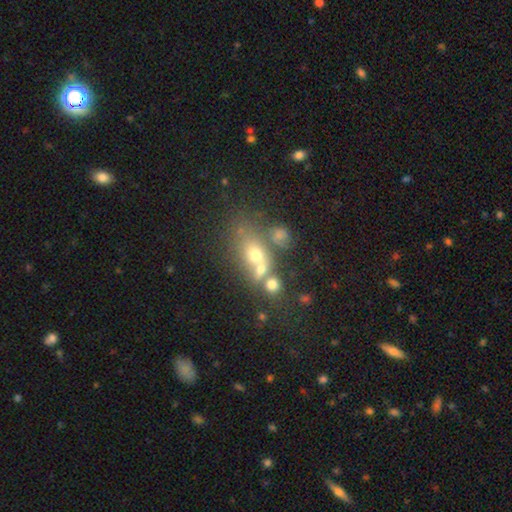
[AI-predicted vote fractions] This is possibly a smooth galaxy (53%). How rounded: possibly in between (55%). Merging: marginally merger (43%).